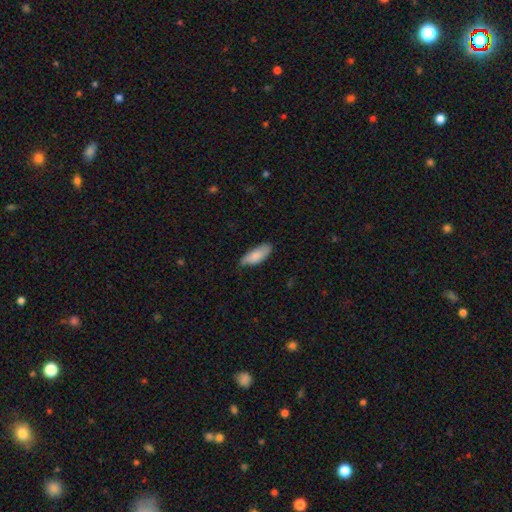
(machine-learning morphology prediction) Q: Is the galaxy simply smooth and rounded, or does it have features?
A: smooth — 83%.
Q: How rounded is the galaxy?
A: in between — 75%.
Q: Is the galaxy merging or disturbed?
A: none — 70%.